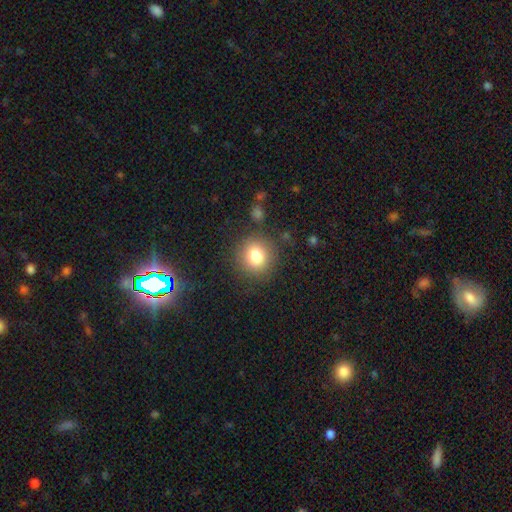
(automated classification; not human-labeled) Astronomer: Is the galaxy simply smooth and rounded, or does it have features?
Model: smooth — 80%.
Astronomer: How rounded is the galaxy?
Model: round — 87%.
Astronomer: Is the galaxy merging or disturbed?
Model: none — 84%.